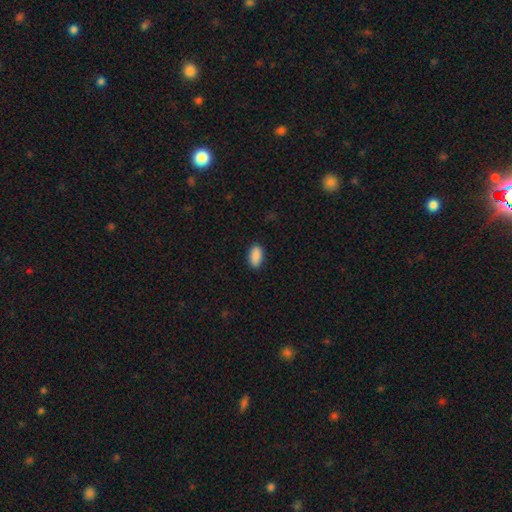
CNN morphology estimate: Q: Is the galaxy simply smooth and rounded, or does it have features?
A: smooth — 90%.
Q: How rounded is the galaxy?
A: in between — 92%.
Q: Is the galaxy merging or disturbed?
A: none — 88%.